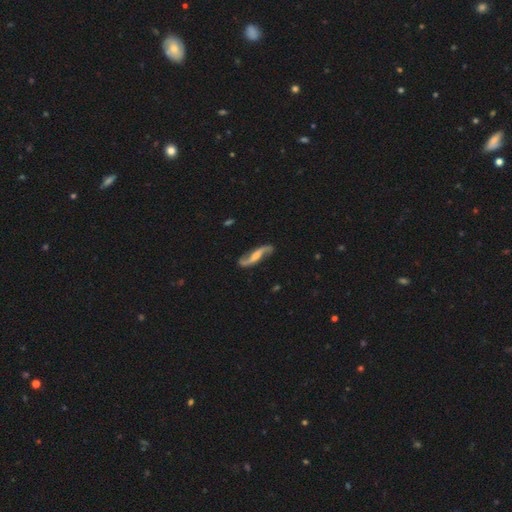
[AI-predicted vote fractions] Morphology: type=featured or disk (86%); edge-on=no (89%); bar=weak (39%); spiral arms=yes (96%); winding=loose (77%); arm count=2 (93%); bulge=moderate (34%); merging=none (78%).